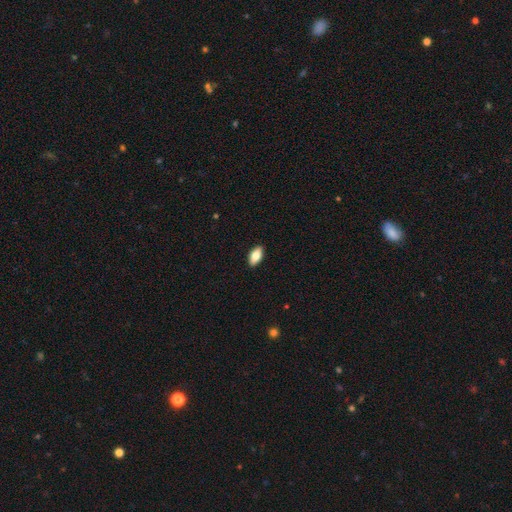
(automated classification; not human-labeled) The model was most divided on "smooth or featured": smooth: 79%, featured or disk: 14%, star or artifact: 6%. More confident: merging — none (90%); how rounded — in between (89%).